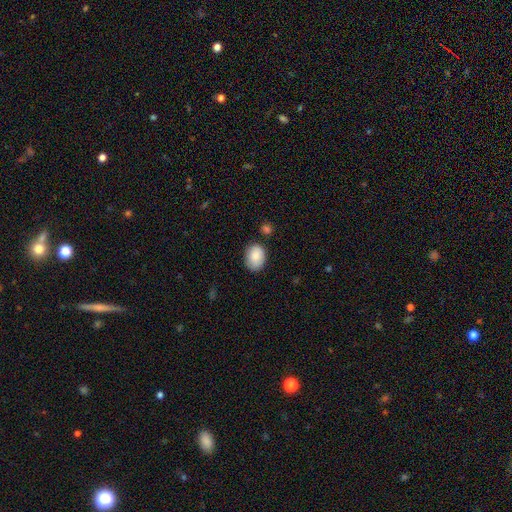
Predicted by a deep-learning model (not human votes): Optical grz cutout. It shows a smooth galaxy with no disk features (85%) that is in between round and cigar-shaped (70%). Merging: none (75%).